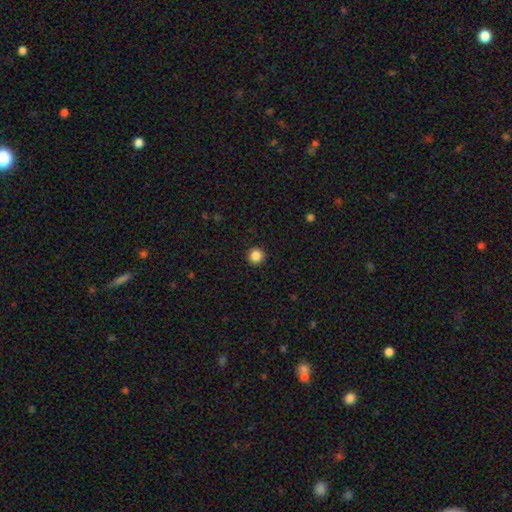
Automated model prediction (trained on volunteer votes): Smooth or featured?
  - smooth: 86% *
  - star or artifact: 11%
  - featured or disk: 3%
How rounded?
  - round: 96% *
  - in between: 3%
  - cigar-shaped: 1%
Merging?
  - none: 93% *
  - minor disturbance: 4%
  - major disturbance: 2%
  - merger: 1%